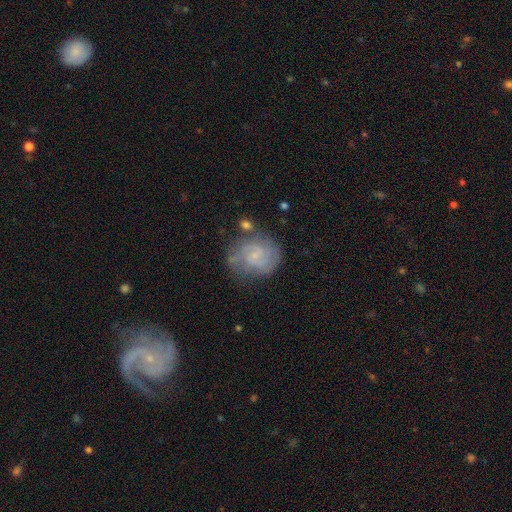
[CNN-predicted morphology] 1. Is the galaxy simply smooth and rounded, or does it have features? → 66% featured or disk, 26% smooth, 8% star or artifact.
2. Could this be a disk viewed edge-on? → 98% no, 2% yes.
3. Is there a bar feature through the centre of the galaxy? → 57% no, 37% weak, 6% strong.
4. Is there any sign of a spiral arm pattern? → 87% yes, 13% no.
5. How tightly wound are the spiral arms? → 46% tight, 40% medium, 14% loose.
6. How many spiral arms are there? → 47% 2, 29% can't tell, 12% 3, 4% 1, 4% 4, 3% more than 4.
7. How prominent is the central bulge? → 71% small, 15% none, 12% moderate, 1% large, 1% dominant.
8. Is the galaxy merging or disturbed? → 63% none, 21% minor disturbance, 10% major disturbance, 6% merger.